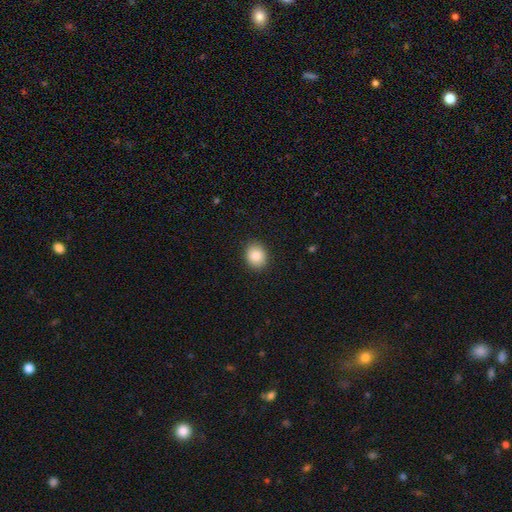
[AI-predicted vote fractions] This is clearly a smooth galaxy (86%). How rounded: likely round (60%). Merging: clearly none (90%).